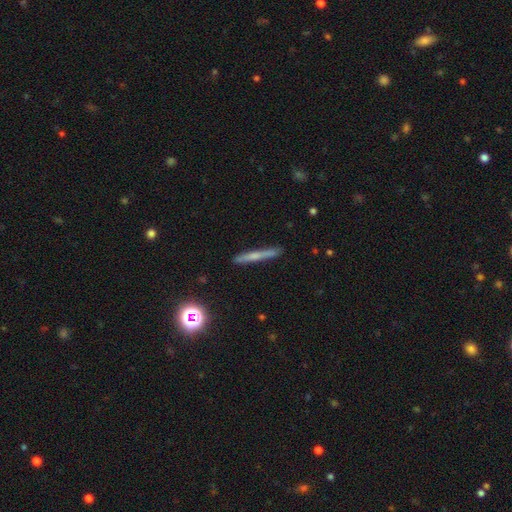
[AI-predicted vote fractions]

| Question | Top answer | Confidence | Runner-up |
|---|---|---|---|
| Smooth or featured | smooth | 47% | featured or disk (42%) |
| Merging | none | 88% | minor disturbance (9%) |